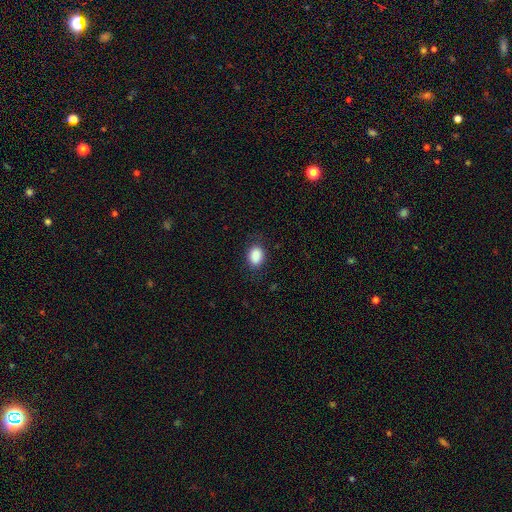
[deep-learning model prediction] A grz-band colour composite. It shows a smooth galaxy with no disk features (89%) that is in between round and cigar-shaped (72%). Merging: none (82%).